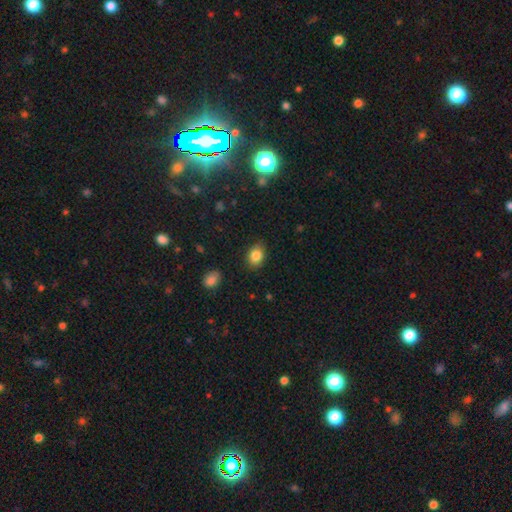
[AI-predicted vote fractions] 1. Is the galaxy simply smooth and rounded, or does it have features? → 84% smooth, 9% star or artifact, 7% featured or disk.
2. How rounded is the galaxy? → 69% in between, 30% round, 1% cigar-shaped.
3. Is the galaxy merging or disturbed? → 82% none, 14% minor disturbance, 3% major disturbance, 1% merger.